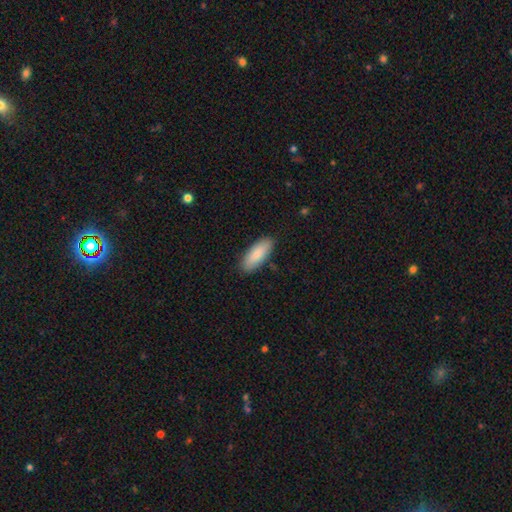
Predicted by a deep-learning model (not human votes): A smooth galaxy with no disk features (86%) that is in between round and cigar-shaped (77%). Merging: none (86%).